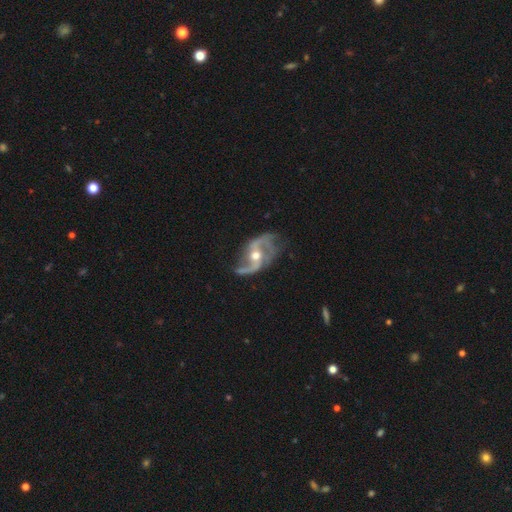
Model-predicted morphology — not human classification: featured or disk 91%, star or artifact 5%, smooth 4%. Down the decision tree: edge-on disk — no (97%); bar — no (44%); spiral arms — yes (96%); spiral arm count — 2 (84%); spiral winding — loose (61%); bulge size — moderate (75%); merging — none (63%).